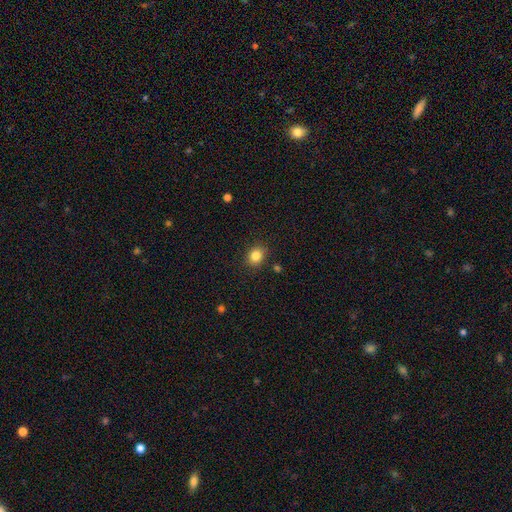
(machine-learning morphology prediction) A smooth galaxy with no disk features (84%) that is round (62%). Merging: none (87%).